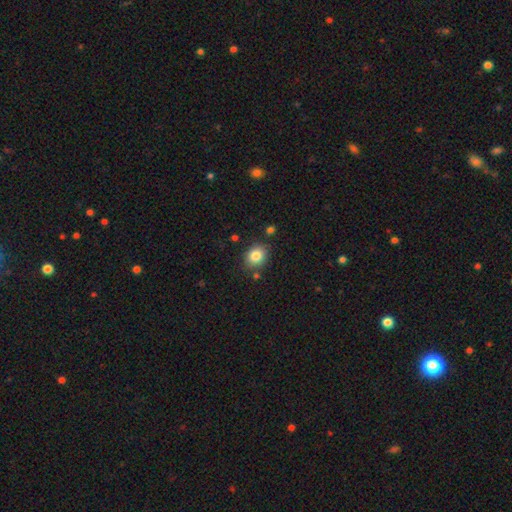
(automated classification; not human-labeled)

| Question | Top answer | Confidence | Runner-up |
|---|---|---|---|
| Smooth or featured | smooth | 83% | star or artifact (9%) |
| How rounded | round | 50% | in between (49%) |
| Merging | none | 81% | minor disturbance (12%) |